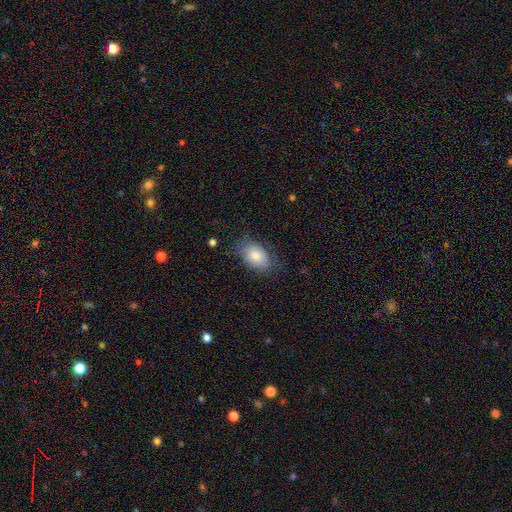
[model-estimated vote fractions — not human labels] smooth 79%, featured or disk 14%, star or artifact 7%. Down the decision tree: how rounded — in between (90%); merging — none (67%).